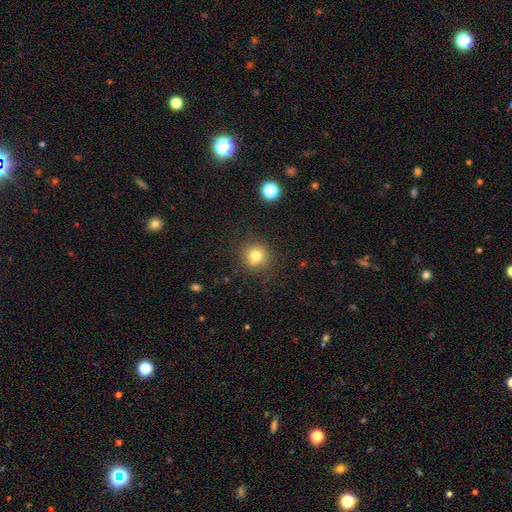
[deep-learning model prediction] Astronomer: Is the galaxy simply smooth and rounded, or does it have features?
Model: smooth — 78%.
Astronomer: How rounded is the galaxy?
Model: round — 92%.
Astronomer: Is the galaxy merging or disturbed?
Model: none — 85%.